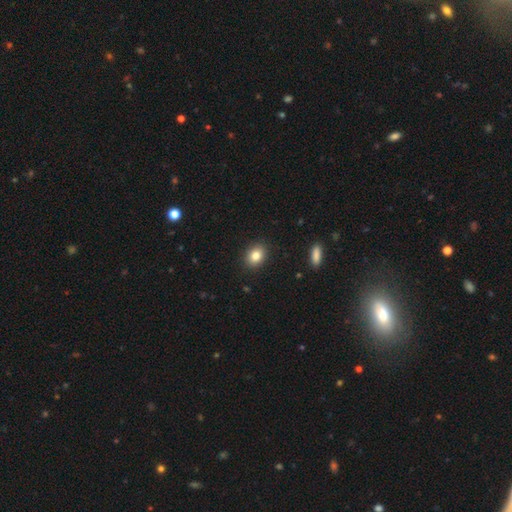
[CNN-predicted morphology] smooth-or-featured: smooth: 83% | star or artifact: 9% | featured or disk: 7%
  how-rounded: in between: 64% | round: 35% | cigar-shaped: 1%
  merging: none: 89% | minor disturbance: 8% | major disturbance: 2% | merger: 1%